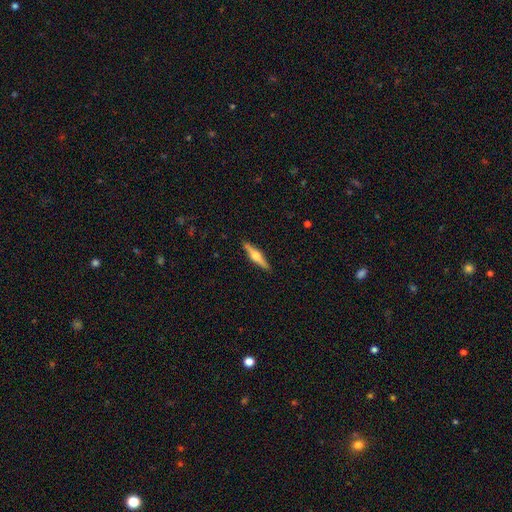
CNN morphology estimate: Q: Smooth or featured?
A: featured or disk (70%); runner-up: smooth (25%)
Q: Edge-on disk?
A: yes (98%); runner-up: no (2%)
Q: Edge-on bulge?
A: rounded (94%); runner-up: boxy (4%)
Q: Merging?
A: none (91%); runner-up: minor disturbance (7%)